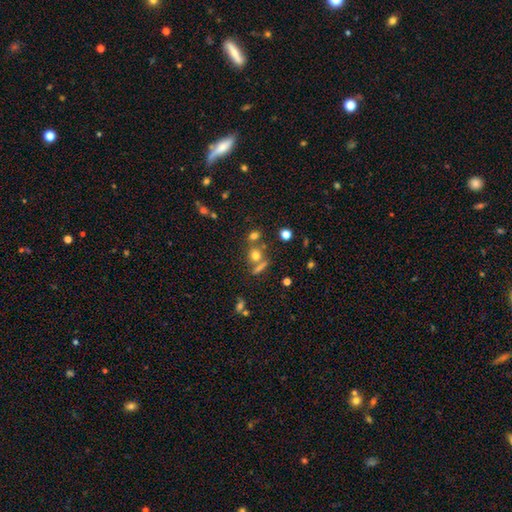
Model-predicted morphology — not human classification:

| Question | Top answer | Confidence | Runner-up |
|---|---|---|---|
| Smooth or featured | smooth | 66% | star or artifact (20%) |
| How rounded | round | 79% | in between (17%) |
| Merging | none | 58% | merger (27%) |